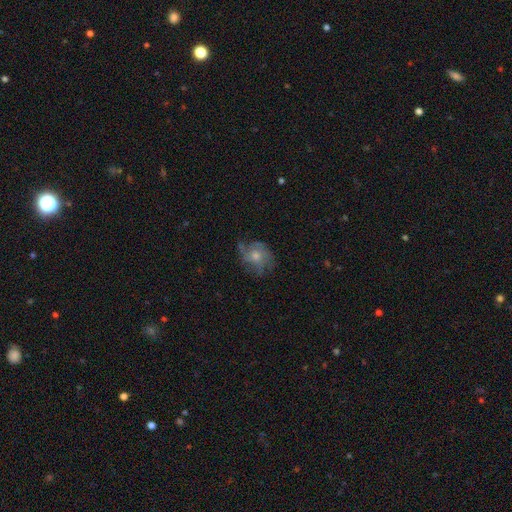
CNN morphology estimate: Smooth or featured?
  - featured or disk: 60% *
  - smooth: 26%
  - star or artifact: 14%
Edge-on disk?
  - no: 96% *
  - yes: 4%
Bar?
  - no: 81% *
  - weak: 17%
  - strong: 3%
Spiral arms?
  - yes: 81% *
  - no: 19%
Bulge size?
  - moderate: 58% *
  - small: 34%
  - large: 4%
  - none: 2%
  - dominant: 1%
Merging?
  - none: 68% *
  - minor disturbance: 20%
  - major disturbance: 11%
  - merger: 1%